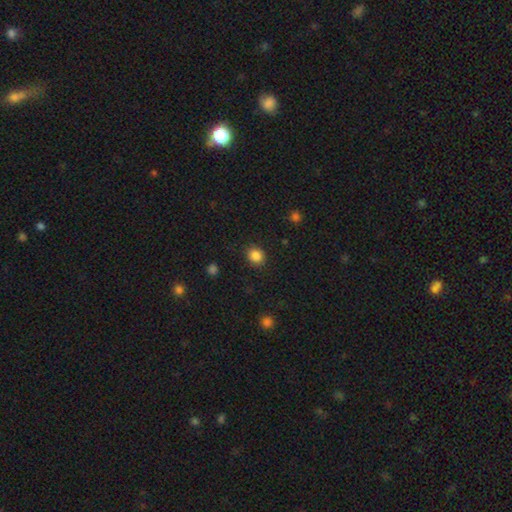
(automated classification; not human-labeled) Smooth or featured? Predicted: smooth (p=0.86). How rounded? Predicted: round (p=0.75). Merging? Predicted: none (p=0.87).